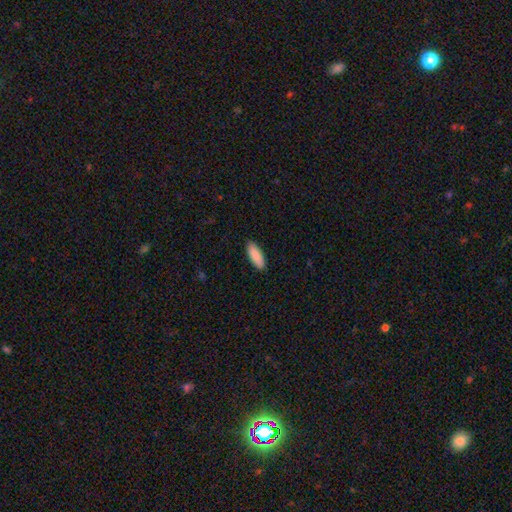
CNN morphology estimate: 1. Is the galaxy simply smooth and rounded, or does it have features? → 90% smooth, 5% star or artifact, 5% featured or disk.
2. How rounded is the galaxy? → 67% in between, 31% cigar-shaped, 2% round.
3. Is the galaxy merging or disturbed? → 90% none, 7% minor disturbance, 2% major disturbance, 1% merger.